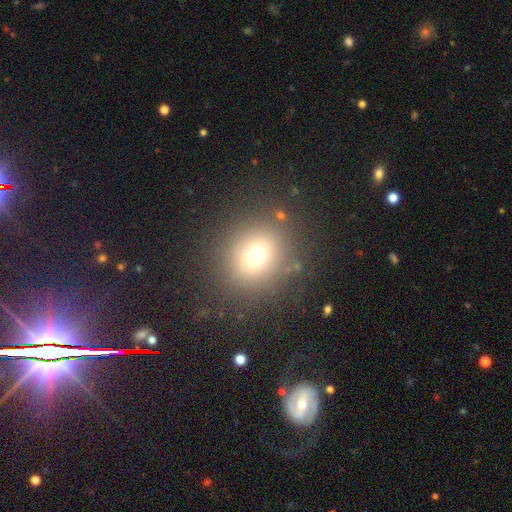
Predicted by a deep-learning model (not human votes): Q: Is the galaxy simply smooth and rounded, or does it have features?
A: smooth — 69%.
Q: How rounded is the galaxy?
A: round — 83%.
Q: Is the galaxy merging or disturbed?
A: none — 85%.